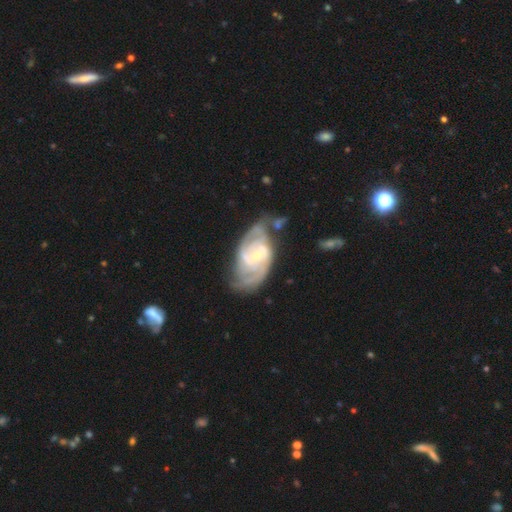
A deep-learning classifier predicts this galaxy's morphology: Smooth or featured?
  - featured or disk: 88% *
  - smooth: 7%
  - star or artifact: 5%
Edge-on disk?
  - no: 97% *
  - yes: 3%
Bar?
  - weak: 51% *
  - no: 32%
  - strong: 17%
Spiral arms?
  - yes: 97% *
  - no: 3%
Spiral winding?
  - tight: 50% *
  - medium: 41%
  - loose: 9%
Spiral arm count?
  - 2: 52% *
  - 3: 18%
  - can't tell: 17%
  - 4: 6%
  - 1: 4%
  - more than 4: 4%
Bulge size?
  - small: 64% *
  - moderate: 30%
  - none: 3%
  - large: 2%
  - dominant: 1%
Merging?
  - none: 56% *
  - minor disturbance: 24%
  - major disturbance: 13%
  - merger: 7%